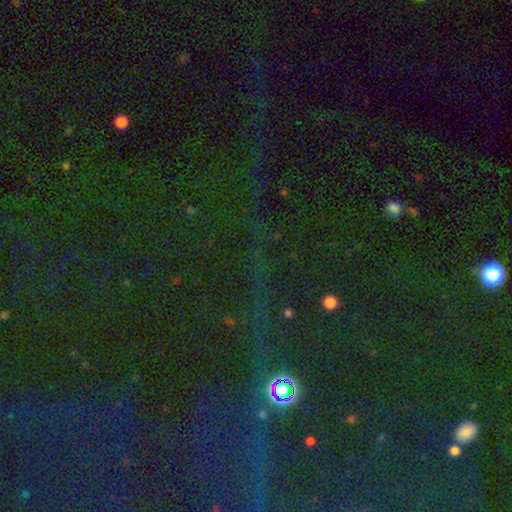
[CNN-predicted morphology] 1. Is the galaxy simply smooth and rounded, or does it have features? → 79% star or artifact, 13% smooth, 8% featured or disk.